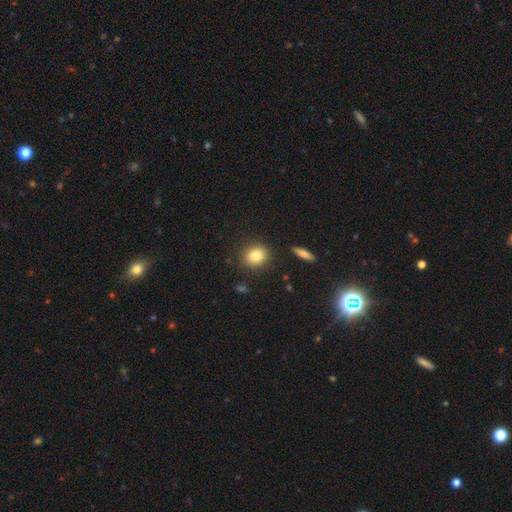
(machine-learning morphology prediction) A smooth galaxy with no disk features (83%) that is round (62%). Merging: none (87%).